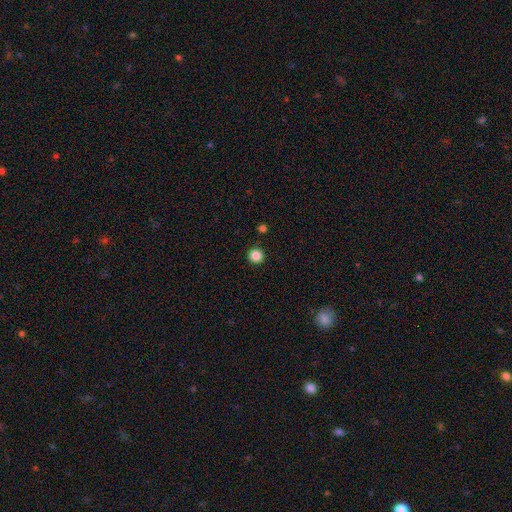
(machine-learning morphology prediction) smooth_or_featured: smooth (p=0.86) [alt: star or artifact p=0.11]
how_rounded: round (p=0.96) [alt: in between p=0.03]
merging: none (p=0.93) [alt: minor disturbance p=0.04]